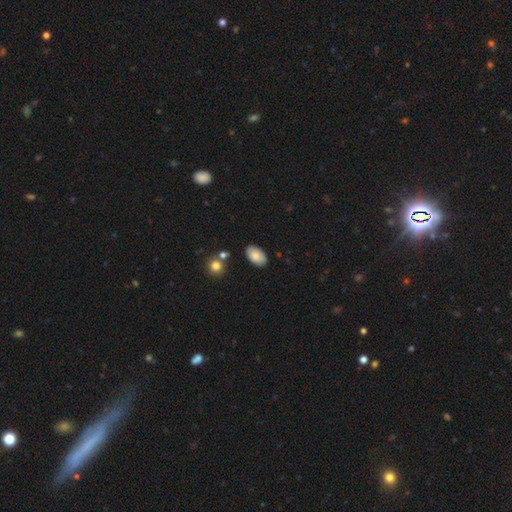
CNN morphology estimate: smooth 83%, featured or disk 10%, star or artifact 7%. Down the decision tree: how rounded — in between (94%); merging — none (83%).